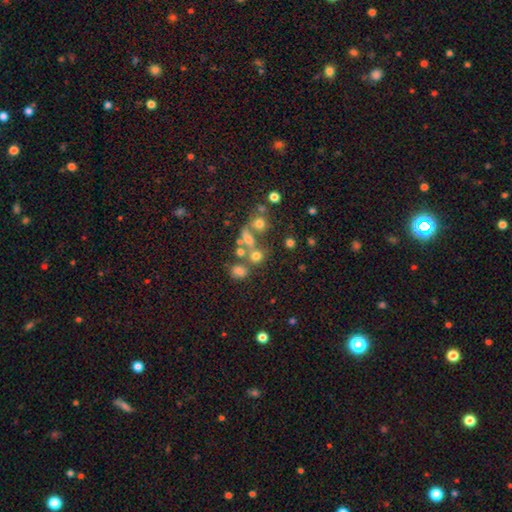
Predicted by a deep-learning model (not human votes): smooth-or-featured: smooth: 63% | star or artifact: 22% | featured or disk: 16%
  how-rounded: round: 68% | in between: 30% | cigar-shaped: 2%
  merging: none: 45% | merger: 35% | minor disturbance: 11% | major disturbance: 9%